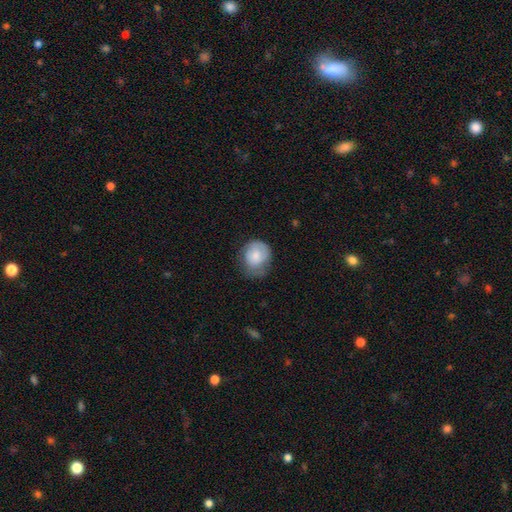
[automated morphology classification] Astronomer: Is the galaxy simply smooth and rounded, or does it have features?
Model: smooth — 74%.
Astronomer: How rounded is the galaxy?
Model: round — 70%.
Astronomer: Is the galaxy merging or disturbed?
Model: none — 46% (runner-up: minor disturbance, 36%).